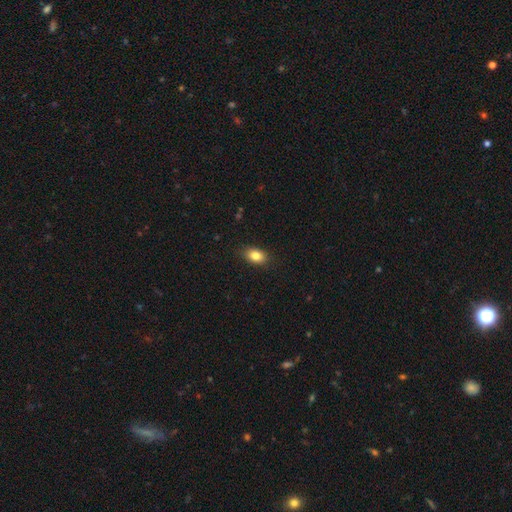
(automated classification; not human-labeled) This appears to be a smooth galaxy with no disk features (83%) that is in between round and cigar-shaped (84%). Merging: none (87%).